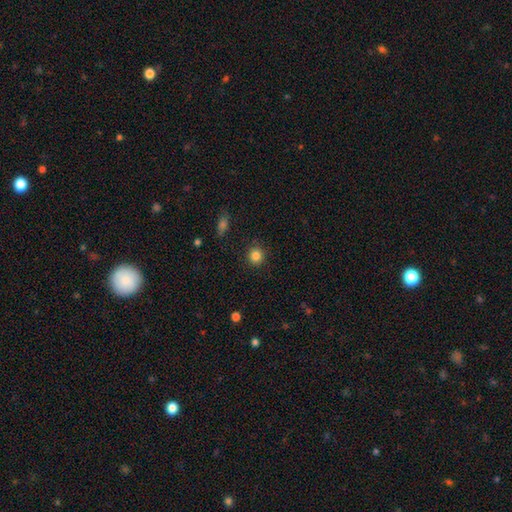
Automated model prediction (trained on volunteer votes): Smooth or featured? Predicted: smooth (p=0.84). How rounded? Predicted: round (p=0.91). Merging? Predicted: none (p=0.90).